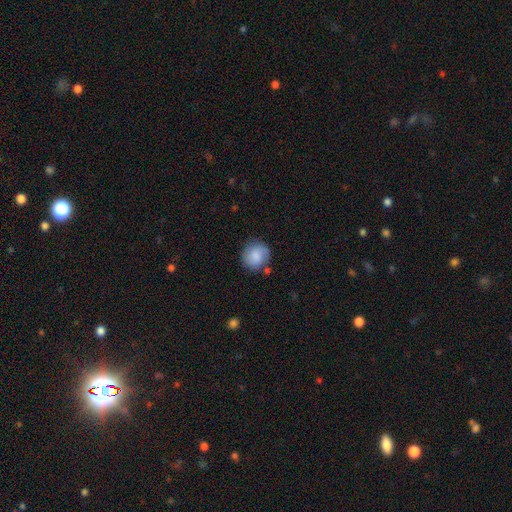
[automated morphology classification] Smooth or featured? smooth (78%)
How rounded? round (85%)
Merging? none (72%)